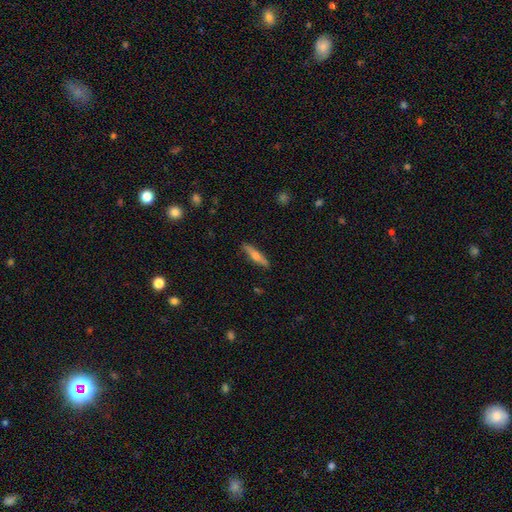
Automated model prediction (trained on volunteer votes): featured or disk 48%, smooth 45%, star or artifact 6%. Down the decision tree: merging — none (86%).